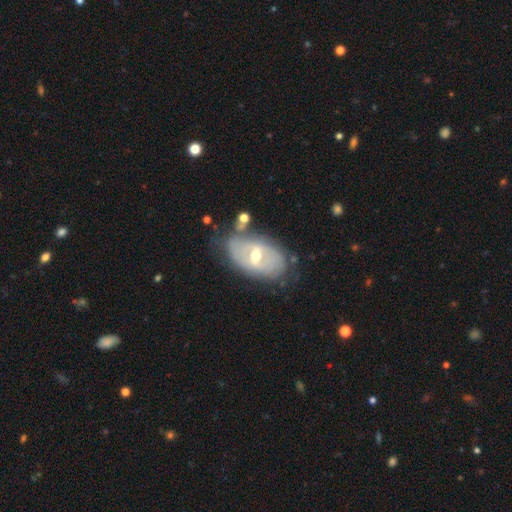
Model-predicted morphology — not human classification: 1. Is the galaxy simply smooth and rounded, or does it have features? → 69% featured or disk, 24% smooth, 7% star or artifact.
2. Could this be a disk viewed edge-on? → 92% no, 8% yes.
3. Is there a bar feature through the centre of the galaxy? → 49% weak, 29% strong, 22% no.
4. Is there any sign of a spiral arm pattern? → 56% yes, 44% no.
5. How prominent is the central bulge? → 64% moderate, 32% small, 3% large, 1% none, 1% dominant.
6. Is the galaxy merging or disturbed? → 63% none, 23% minor disturbance, 9% major disturbance, 6% merger.